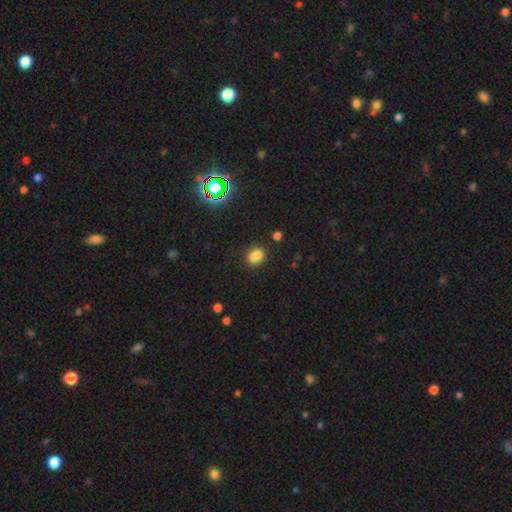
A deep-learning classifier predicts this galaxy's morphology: This is likely a smooth galaxy (80%). How rounded: possibly in between (56%). Merging: clearly none (80%).